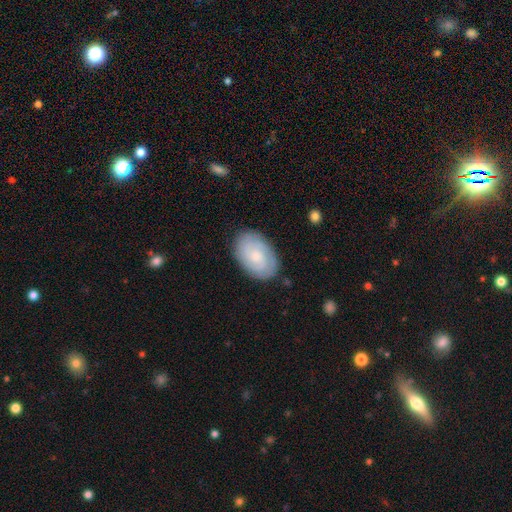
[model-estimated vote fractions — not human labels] Smooth or featured: featured or disk — 58% (smooth — 36%)
Edge-on disk: no — 96% (yes — 4%)
Bar: no — 70% (weak — 27%)
Spiral arms: yes — 89% (no — 11%)
Bulge size: small — 52% (moderate — 36%)
Merging: none — 84% (minor disturbance — 12%)